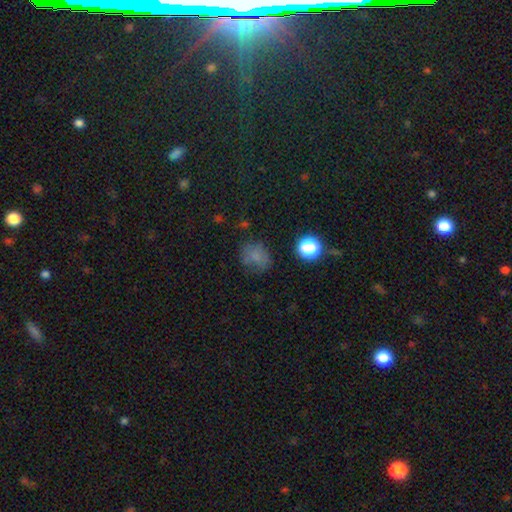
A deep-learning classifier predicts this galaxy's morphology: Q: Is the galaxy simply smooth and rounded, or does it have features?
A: smooth — 67%.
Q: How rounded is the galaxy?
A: round — 68%.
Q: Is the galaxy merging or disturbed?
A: none — 59%.